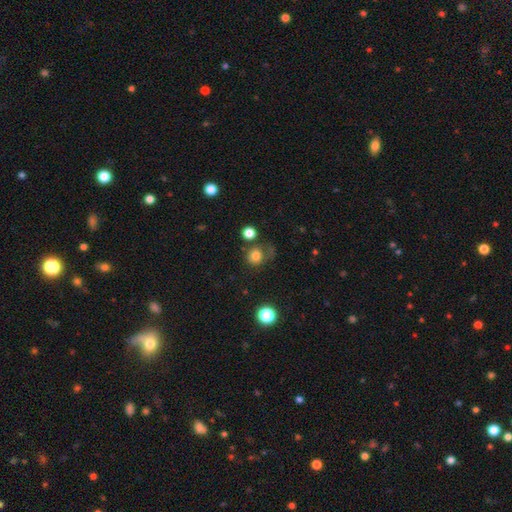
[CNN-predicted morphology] Q: Smooth or featured?
A: smooth (78%); runner-up: star or artifact (12%)
Q: How rounded?
A: round (82%); runner-up: in between (17%)
Q: Merging?
A: none (57%); runner-up: minor disturbance (18%)